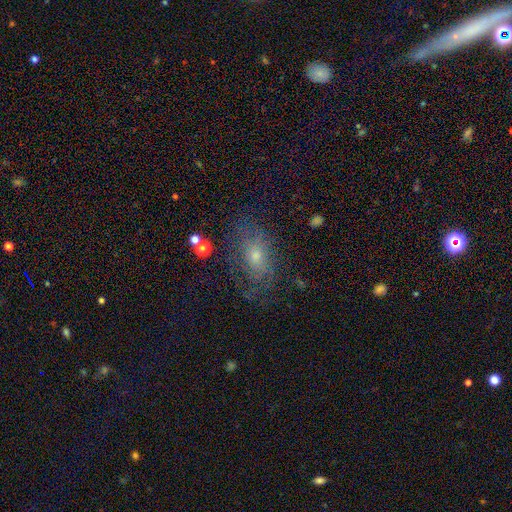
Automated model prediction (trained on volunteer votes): smooth-or-featured: featured or disk: 42% | smooth: 40% | star or artifact: 17%
  merging: none: 63% | minor disturbance: 21% | major disturbance: 14% | merger: 2%